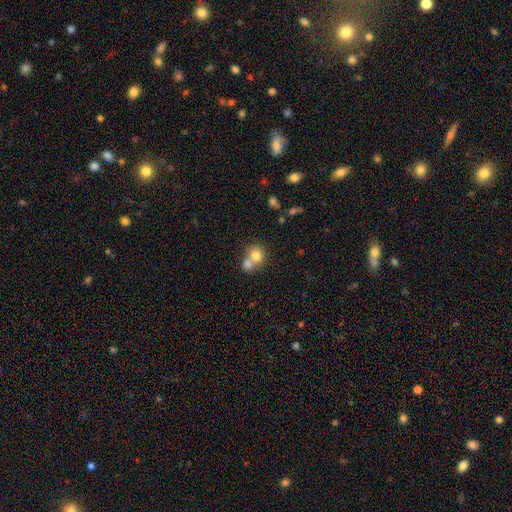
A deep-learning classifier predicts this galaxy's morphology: Smooth or featured? smooth (76%)
How rounded? round (75%)
Merging? merger (59%)